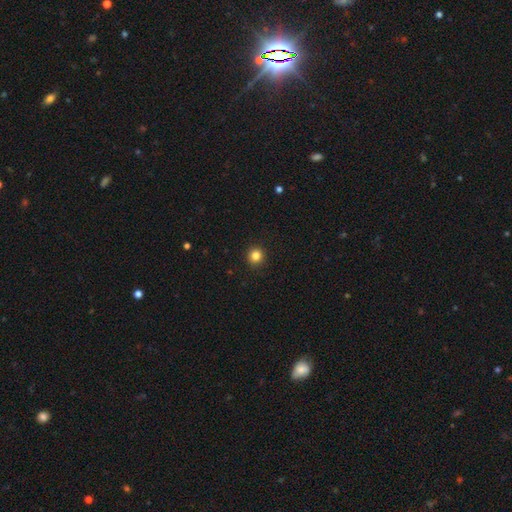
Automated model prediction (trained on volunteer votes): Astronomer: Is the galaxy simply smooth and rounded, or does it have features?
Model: smooth — 84%.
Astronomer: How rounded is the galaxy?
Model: round — 93%.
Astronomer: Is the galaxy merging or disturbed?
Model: none — 93%.